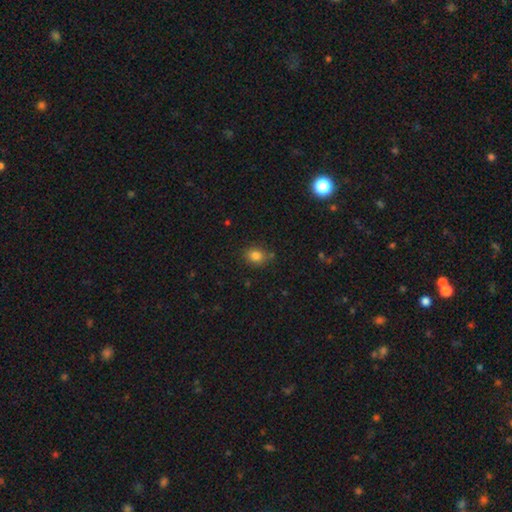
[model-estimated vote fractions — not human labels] This appears to be a smooth galaxy with no disk features (83%) that is in between round and cigar-shaped (53%). Merging: none (80%).